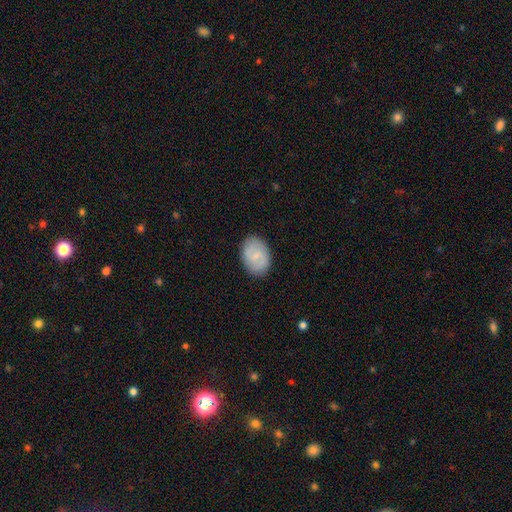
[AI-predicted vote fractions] Q: Smooth or featured?
A: smooth (63%); runner-up: featured or disk (30%)
Q: How rounded?
A: in between (83%); runner-up: round (16%)
Q: Merging?
A: none (85%); runner-up: minor disturbance (11%)